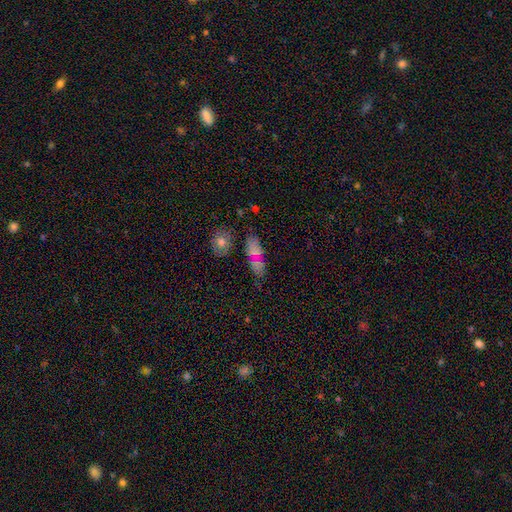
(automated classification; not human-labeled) smooth 61%, featured or disk 20%, star or artifact 19%. Down the decision tree: how rounded — in between (64%); merging — none (61%).